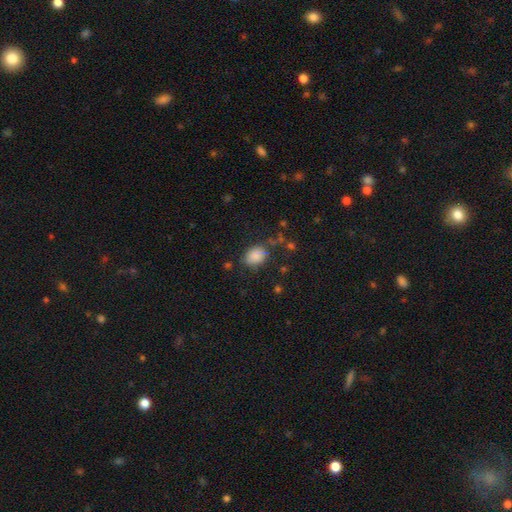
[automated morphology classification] A smooth galaxy with no disk features (85%) that is in between round and cigar-shaped (70%).

Vote fractions:
- Smooth or featured? smooth: 85% / star or artifact: 9% / featured or disk: 6%
- How rounded? in between: 70% / round: 29% / cigar-shaped: 1%
- Merging? none: 70% / minor disturbance: 20% / major disturbance: 6% / merger: 4%